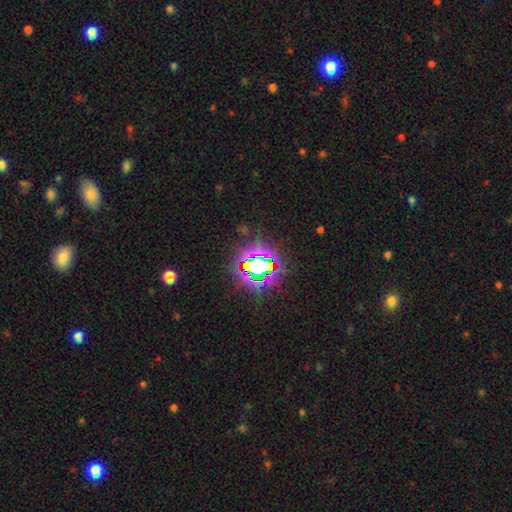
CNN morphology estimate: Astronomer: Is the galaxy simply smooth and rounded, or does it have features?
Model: star or artifact — 79%.